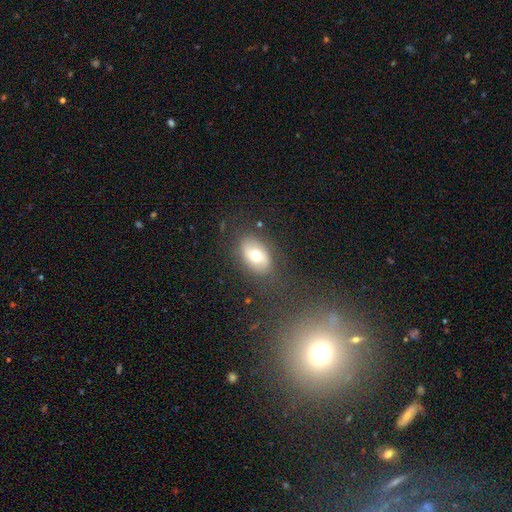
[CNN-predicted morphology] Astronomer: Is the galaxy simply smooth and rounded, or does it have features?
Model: smooth — 60%.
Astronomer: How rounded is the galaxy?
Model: in between — 84%.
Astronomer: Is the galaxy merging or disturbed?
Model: none — 77%.